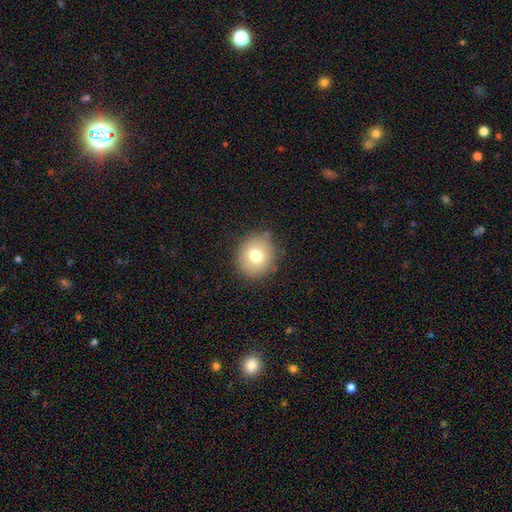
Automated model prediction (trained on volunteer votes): A smooth galaxy with no disk features (74%) that is round (80%).

Vote fractions:
- Smooth or featured? smooth: 74% / featured or disk: 16% / star or artifact: 11%
- How rounded? round: 80% / in between: 20% / cigar-shaped: 1%
- Merging? none: 85% / minor disturbance: 11% / major disturbance: 3% / merger: 2%